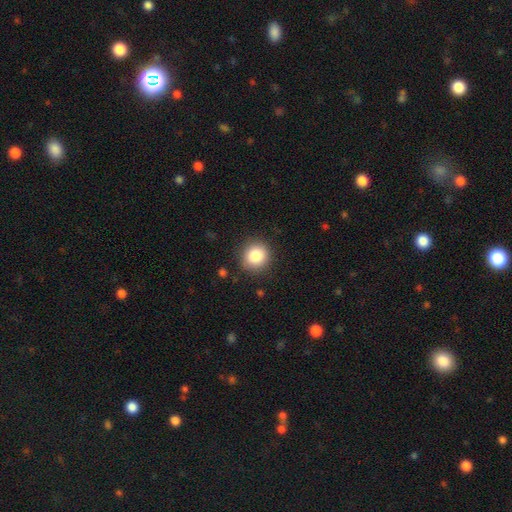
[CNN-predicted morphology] Overall: smooth (85%). How rounded: round (90%). Merging: none (88%).